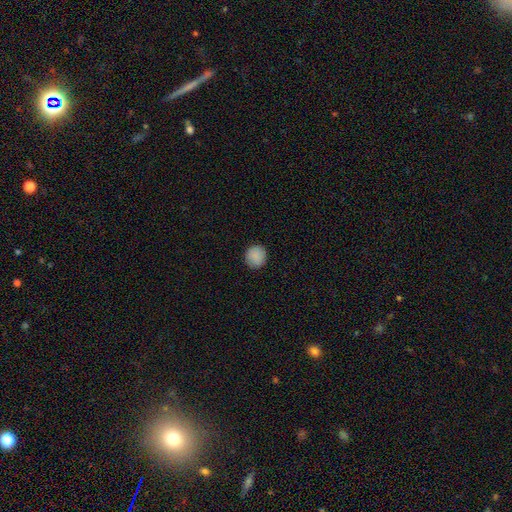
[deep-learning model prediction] smooth_or_featured: smooth (p=0.89) [alt: star or artifact p=0.08]
how_rounded: round (p=0.90) [alt: in between p=0.09]
merging: none (p=0.91) [alt: minor disturbance p=0.07]